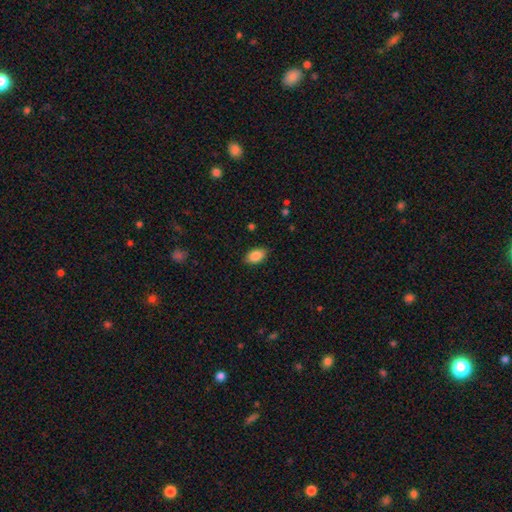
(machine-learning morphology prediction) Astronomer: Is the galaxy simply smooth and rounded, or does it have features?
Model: smooth — 87%.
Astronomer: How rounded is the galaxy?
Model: in between — 91%.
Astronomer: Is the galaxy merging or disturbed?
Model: none — 86%.